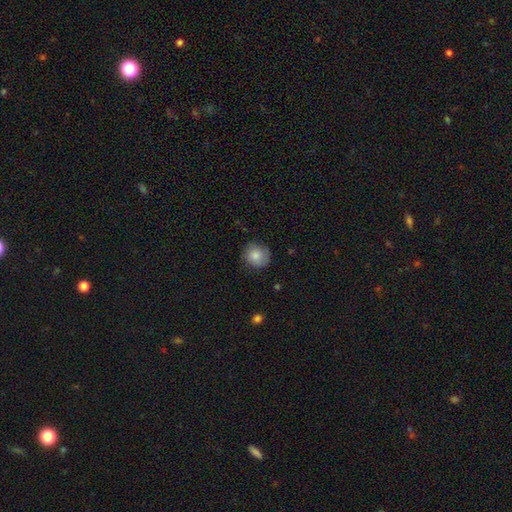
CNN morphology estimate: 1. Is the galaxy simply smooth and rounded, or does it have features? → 82% smooth, 10% featured or disk, 8% star or artifact.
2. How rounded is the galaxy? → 84% round, 15% in between, 1% cigar-shaped.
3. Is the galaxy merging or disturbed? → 78% none, 17% minor disturbance, 3% major disturbance, 1% merger.